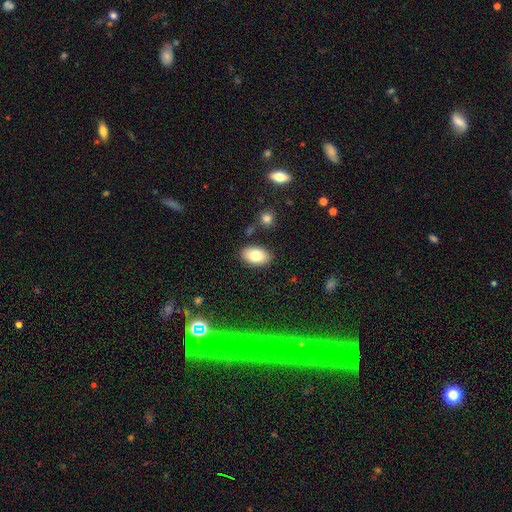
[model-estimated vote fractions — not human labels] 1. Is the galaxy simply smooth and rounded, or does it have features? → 80% smooth, 12% featured or disk, 8% star or artifact.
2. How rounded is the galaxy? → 92% in between, 7% round, 1% cigar-shaped.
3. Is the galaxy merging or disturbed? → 85% none, 10% minor disturbance, 3% merger, 2% major disturbance.